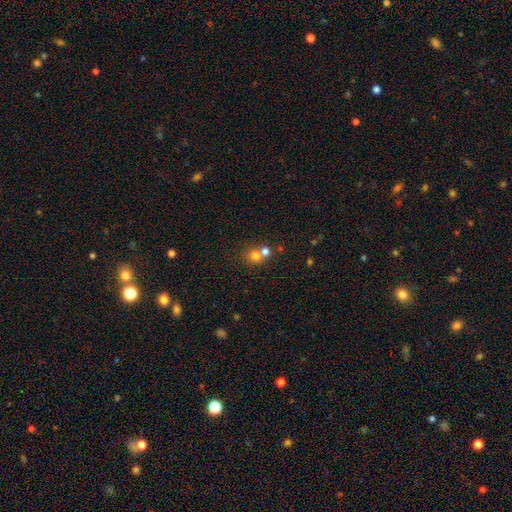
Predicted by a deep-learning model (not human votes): This appears to be a smooth galaxy with no disk features (73%) that is round (81%). Merging: merger (54%).